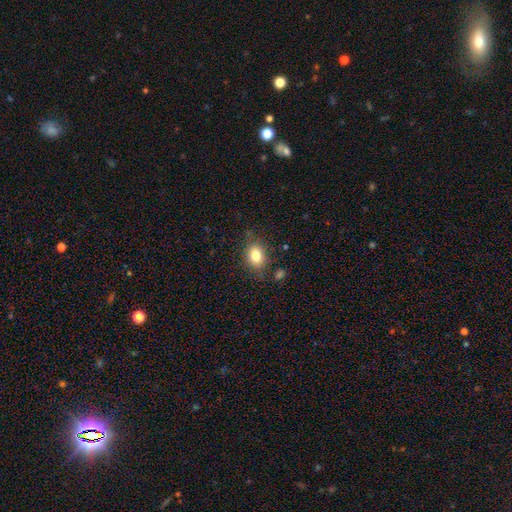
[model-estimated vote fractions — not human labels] Morphology: type=smooth (81%); roundness=in between (71%); merging=none (76%).